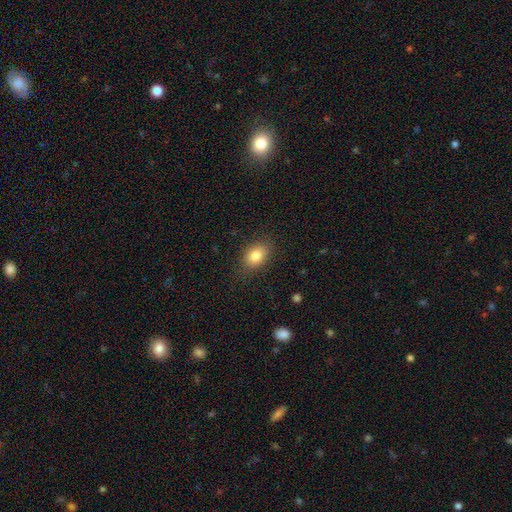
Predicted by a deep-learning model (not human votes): smooth_or_featured: smooth (p=0.82) [alt: star or artifact p=0.09]
how_rounded: in between (p=0.79) [alt: round p=0.20]
merging: none (p=0.83) [alt: minor disturbance p=0.13]